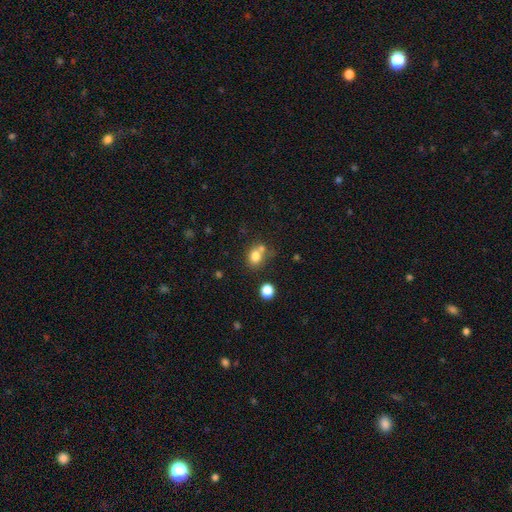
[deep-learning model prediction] smooth_or_featured: smooth (p=0.78) [alt: star or artifact p=0.12]
how_rounded: round (p=0.60) [alt: in between p=0.39]
merging: none (p=0.49) [alt: merger p=0.33]